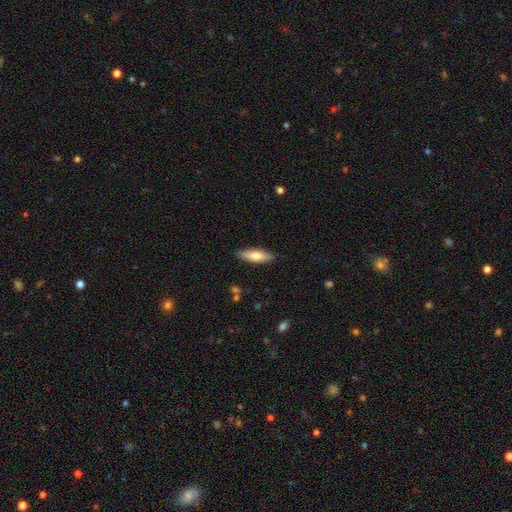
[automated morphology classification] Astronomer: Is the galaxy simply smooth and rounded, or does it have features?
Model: smooth — 75%.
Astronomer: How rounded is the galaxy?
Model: in between — 51% (runner-up: cigar-shaped, 48%).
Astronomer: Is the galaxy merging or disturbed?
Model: none — 87%.